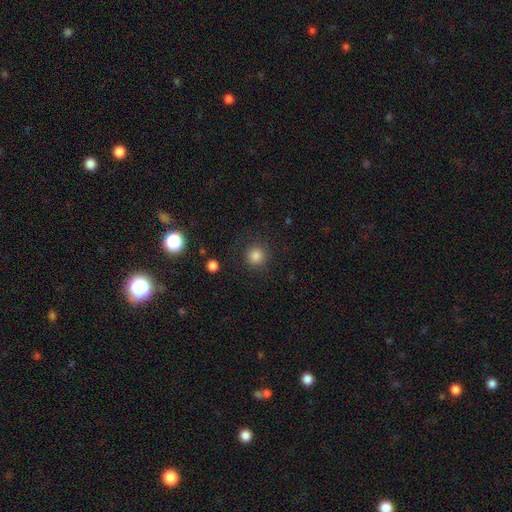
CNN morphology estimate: type=smooth (84%); roundness=round (94%); merging=none (88%).